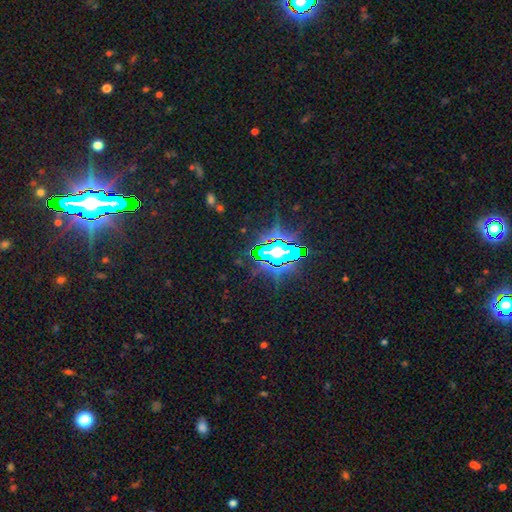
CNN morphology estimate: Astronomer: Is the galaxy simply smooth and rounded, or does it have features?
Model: star or artifact — 82%.